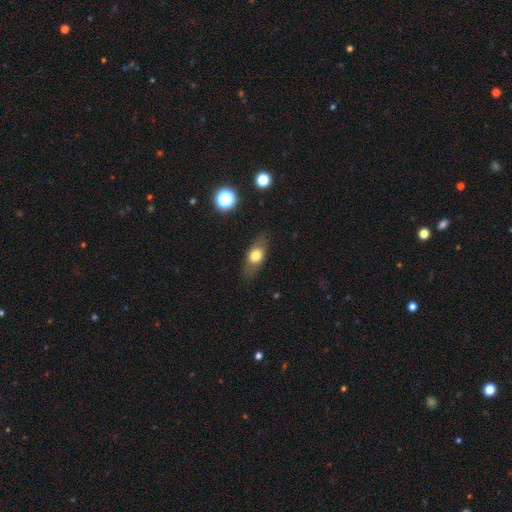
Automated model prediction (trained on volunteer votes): Overall: smooth (66%; featured or disk 26%). How rounded: in between (71%). Merging: none (79%).